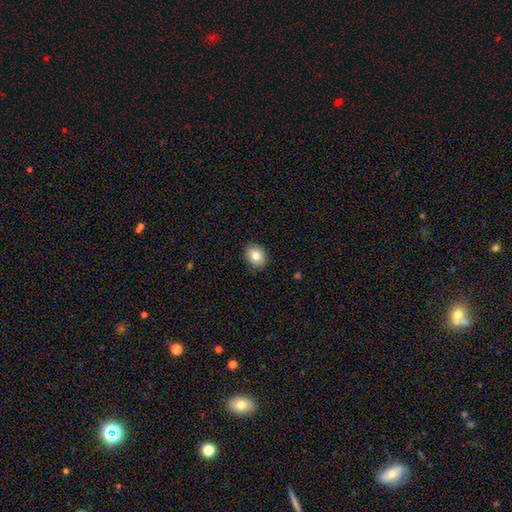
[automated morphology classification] A smooth galaxy with no disk features (82%) that is round (57%).

Vote fractions:
- Smooth or featured? smooth: 82% / star or artifact: 9% / featured or disk: 9%
- How rounded? round: 57% / in between: 42% / cigar-shaped: 1%
- Merging? none: 90% / minor disturbance: 8% / major disturbance: 2% / merger: 1%